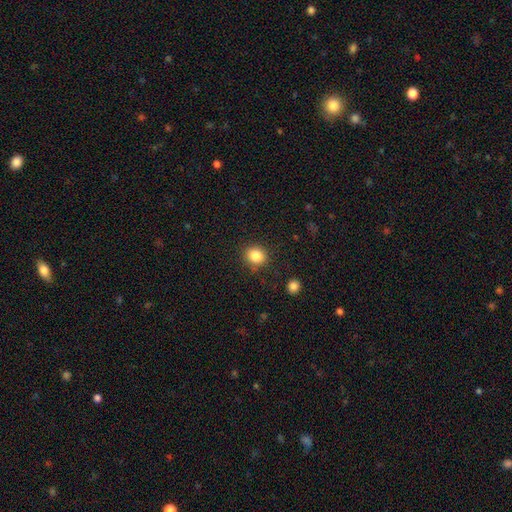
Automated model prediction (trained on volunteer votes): Smooth or featured? Predicted: smooth (p=0.86). How rounded? Predicted: round (p=0.73). Merging? Predicted: none (p=0.86).